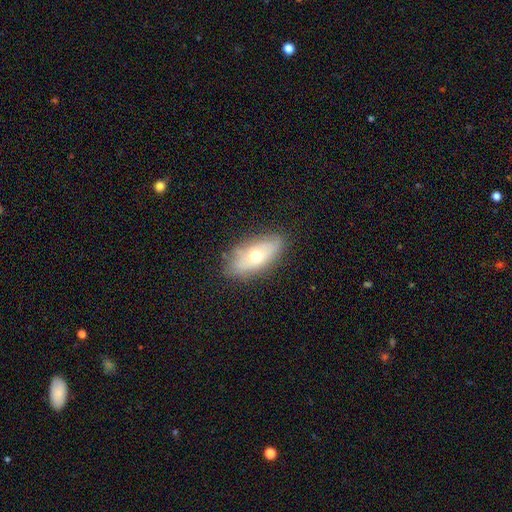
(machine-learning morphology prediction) Overall: smooth (56%; featured or disk 36%). How rounded: in between (81%). Merging: none (80%).